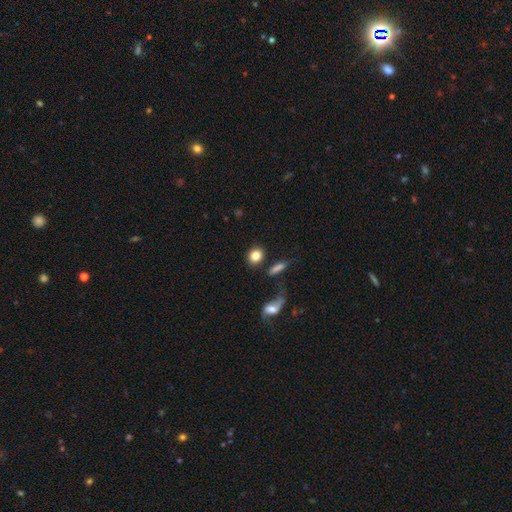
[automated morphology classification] Overall: smooth (84%). How rounded: round (67%; in between 31%). Merging: none (79%).